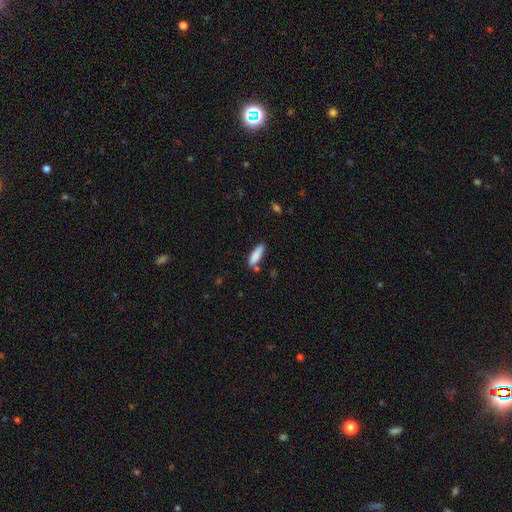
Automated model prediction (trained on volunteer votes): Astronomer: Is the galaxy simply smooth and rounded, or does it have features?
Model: smooth — 87%.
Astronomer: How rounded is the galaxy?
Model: cigar-shaped — 54% (runner-up: in between, 45%).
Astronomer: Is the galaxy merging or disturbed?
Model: none — 72%.